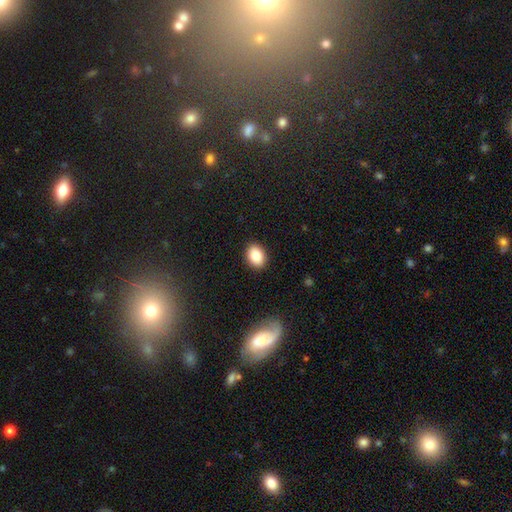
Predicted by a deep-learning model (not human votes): Smooth or featured? smooth (85%)
How rounded? in between (71%)
Merging? none (90%)